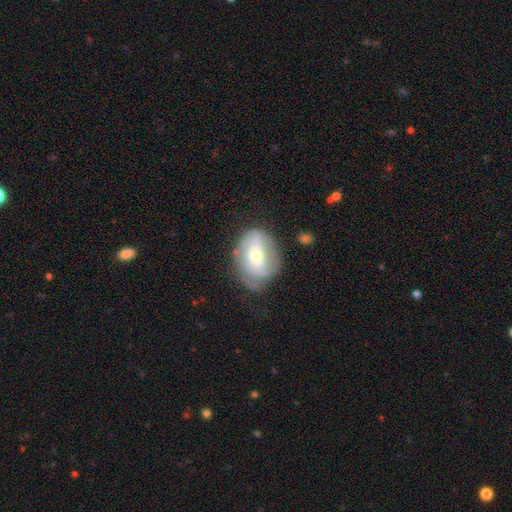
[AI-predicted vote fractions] The model was most divided on "spiral winding": tight: 40%, medium: 38%, loose: 22%. Remaining: edge-on disk — no (95%); spiral arms — yes (82%); smooth or featured — featured or disk (66%); merging — none (62%); bulge size — moderate (54%); spiral arm count — 2 (49%); bar — no (44%).